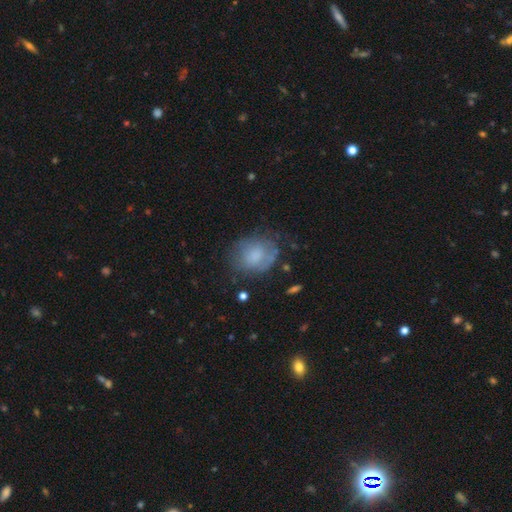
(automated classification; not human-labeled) A smooth galaxy with no disk features (63%) that is round (55%).

Vote fractions:
- Smooth or featured? smooth: 63% / featured or disk: 28% / star or artifact: 9%
- How rounded? round: 55% / in between: 44% / cigar-shaped: 1%
- Merging? none: 59% / minor disturbance: 25% / major disturbance: 13% / merger: 3%